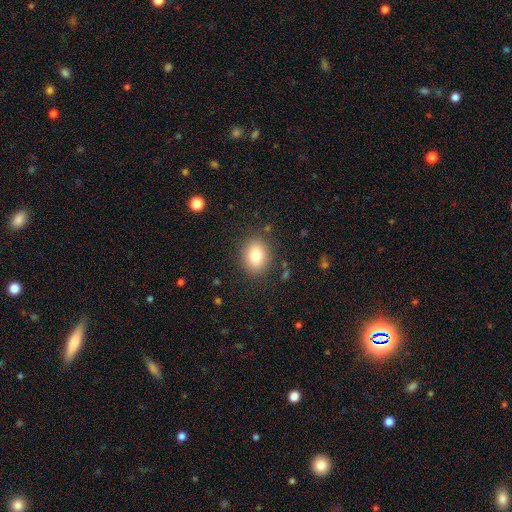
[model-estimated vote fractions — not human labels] Smooth or featured? smooth (81%)
How rounded? round (51%)
Merging? none (85%)